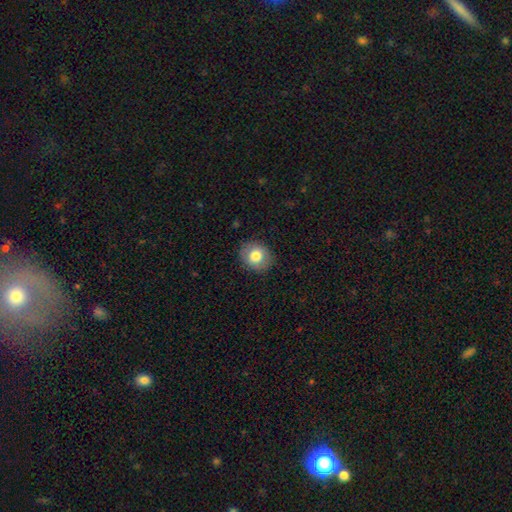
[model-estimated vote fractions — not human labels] A smooth galaxy with no disk features (77%) that is round (70%).

Vote fractions:
- Smooth or featured? smooth: 77% / featured or disk: 15% / star or artifact: 8%
- How rounded? round: 70% / in between: 29% / cigar-shaped: 1%
- Merging? none: 88% / minor disturbance: 9% / major disturbance: 3% / merger: 1%